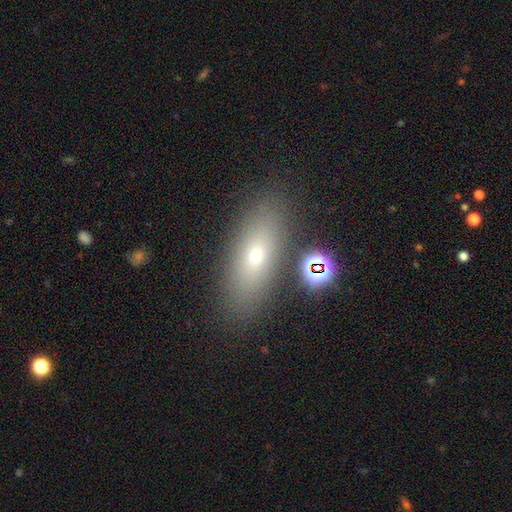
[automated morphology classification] Overall: smooth (65%). How rounded: in between (66%; cigar-shaped 28%). Merging: none (83%).